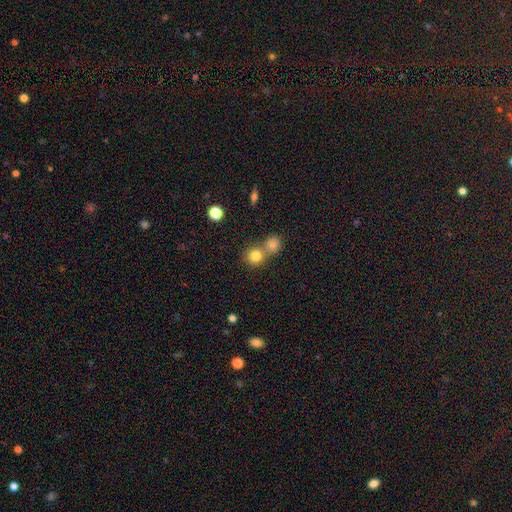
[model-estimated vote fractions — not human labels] A smooth galaxy with no disk features (81%) that is round (86%).

Vote fractions:
- Smooth or featured? smooth: 81% / star or artifact: 12% / featured or disk: 7%
- How rounded? round: 86% / in between: 13% / cigar-shaped: 1%
- Merging? none: 49% / merger: 43% / minor disturbance: 6% / major disturbance: 2%